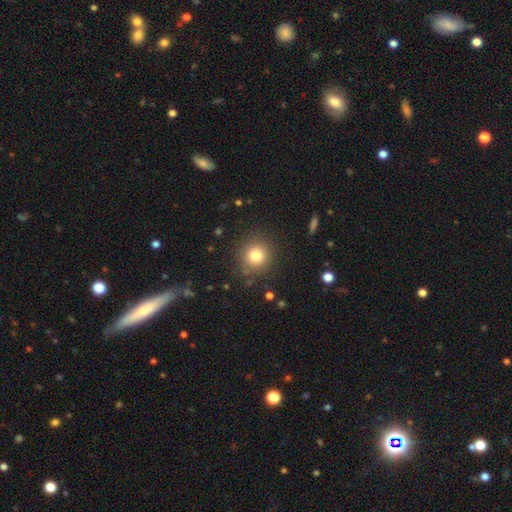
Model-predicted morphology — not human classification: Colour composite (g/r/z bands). It shows a smooth galaxy with no disk features (80%) that is round (92%). Merging: none (87%).